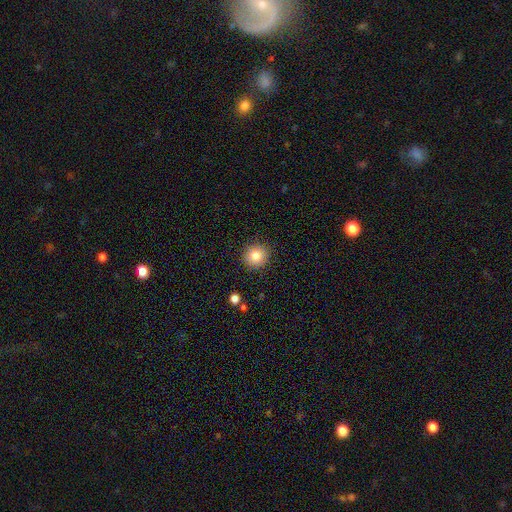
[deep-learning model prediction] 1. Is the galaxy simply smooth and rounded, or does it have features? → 83% smooth, 10% star or artifact, 7% featured or disk.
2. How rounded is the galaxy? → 90% round, 9% in between, 1% cigar-shaped.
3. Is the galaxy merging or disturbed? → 90% none, 6% minor disturbance, 2% major disturbance, 1% merger.